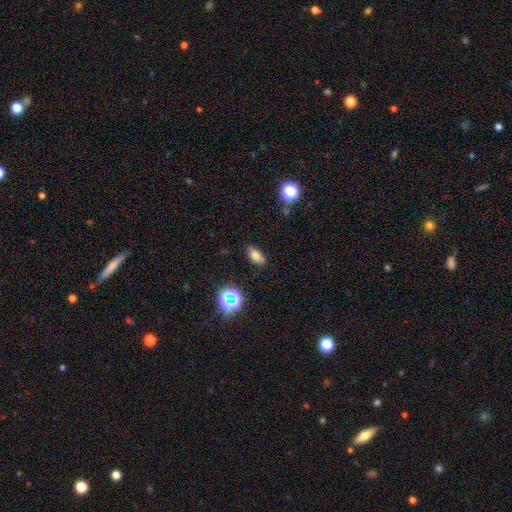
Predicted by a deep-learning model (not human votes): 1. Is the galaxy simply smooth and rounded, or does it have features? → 75% smooth, 14% star or artifact, 10% featured or disk.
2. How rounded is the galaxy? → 85% in between, 8% cigar-shaped, 7% round.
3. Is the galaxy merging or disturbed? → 80% none, 14% minor disturbance, 3% major disturbance, 2% merger.